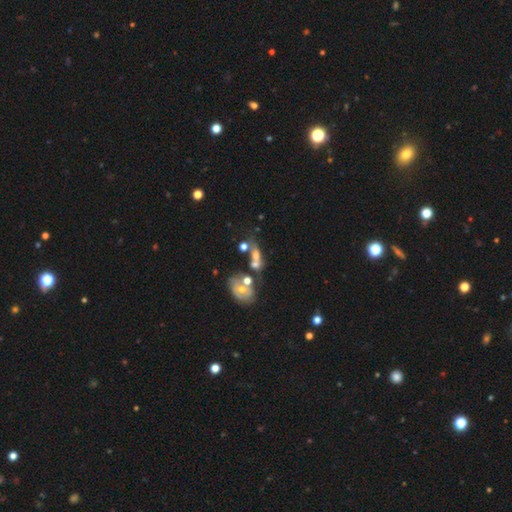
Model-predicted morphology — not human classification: This appears to be a smooth galaxy with no disk features (48%). Merging: merger (50%).